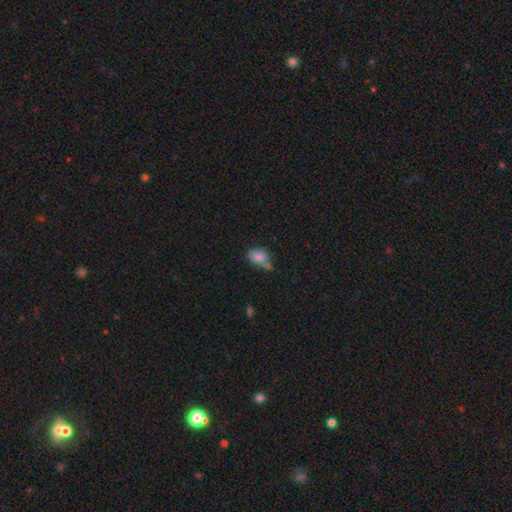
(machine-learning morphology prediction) Smooth or featured?
  - smooth: 78% *
  - star or artifact: 12%
  - featured or disk: 10%
How rounded?
  - in between: 68% *
  - round: 30%
  - cigar-shaped: 2%
Merging?
  - none: 48% *
  - minor disturbance: 25%
  - merger: 19%
  - major disturbance: 8%